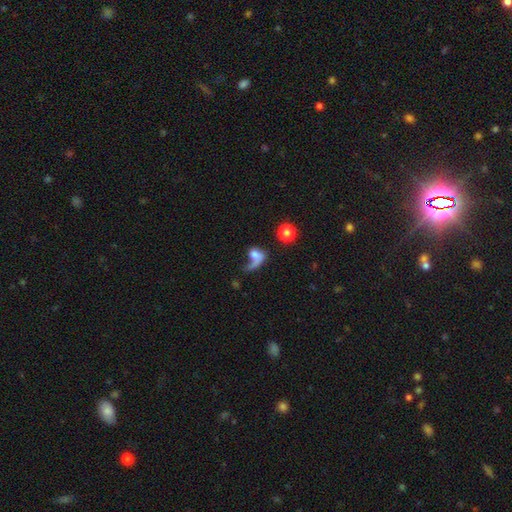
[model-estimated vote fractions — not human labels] This appears to be a smooth galaxy with no disk features (53%) that is in between round and cigar-shaped (57%). Merging: major disturbance (41%).